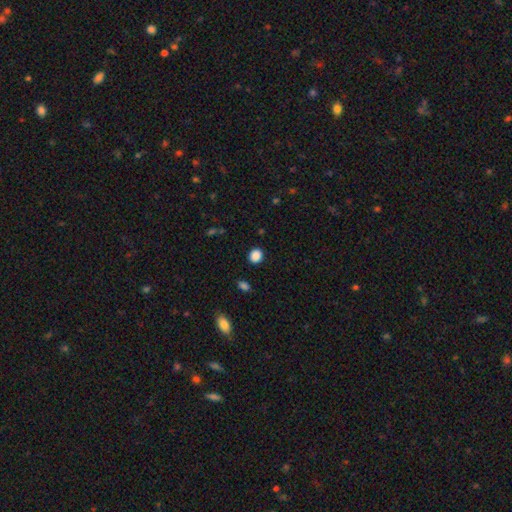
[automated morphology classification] The model was most divided on "how rounded": round: 68%, in between: 31%, cigar-shaped: 1%. More confident: merging — none (90%); smooth or featured — smooth (88%).